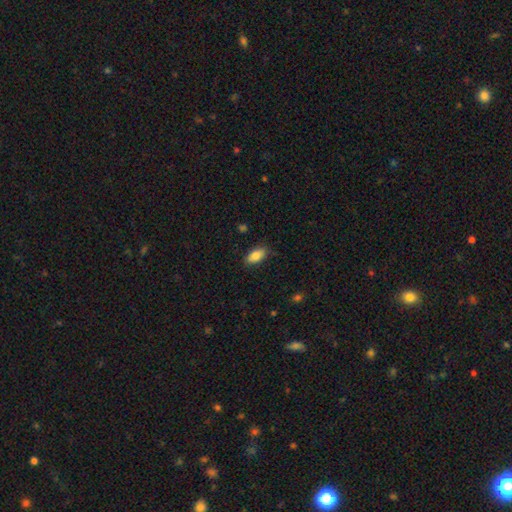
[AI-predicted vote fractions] smooth 83%, featured or disk 10%, star or artifact 7%. Down the decision tree: how rounded — in between (91%); merging — none (85%).